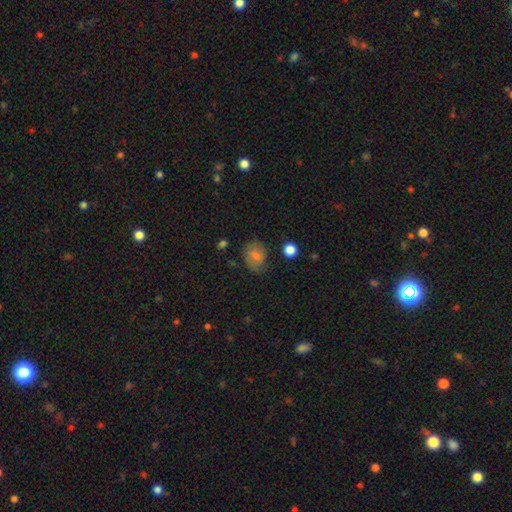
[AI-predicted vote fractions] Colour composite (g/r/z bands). It shows a smooth galaxy with no disk features (67%) that is in between round and cigar-shaped (51%). Merging: none (70%).